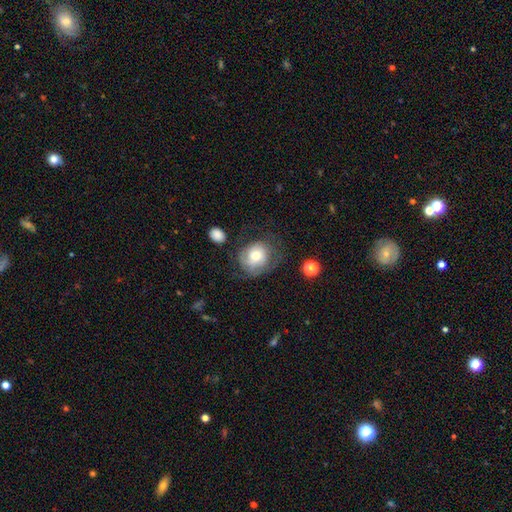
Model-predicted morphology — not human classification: smooth_or_featured: smooth (p=0.53) [alt: featured or disk p=0.39]
how_rounded: round (p=0.69) [alt: in between p=0.30]
merging: none (p=0.50) [alt: minor disturbance p=0.25]